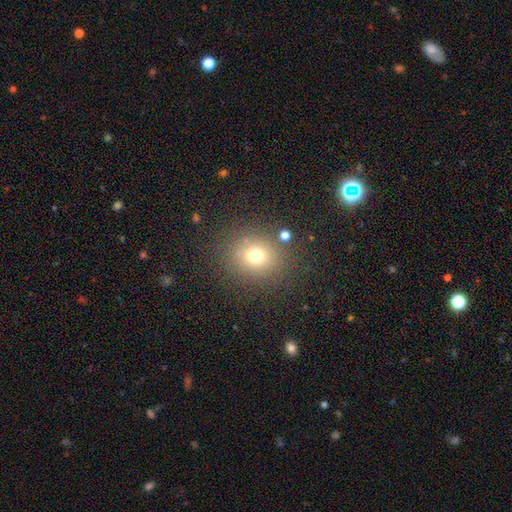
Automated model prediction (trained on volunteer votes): A smooth galaxy with no disk features (72%) that is round (75%).

Vote fractions:
- Smooth or featured? smooth: 72% / star or artifact: 18% / featured or disk: 10%
- How rounded? round: 75% / in between: 24% / cigar-shaped: 1%
- Merging? none: 82% / minor disturbance: 10% / major disturbance: 5% / merger: 4%